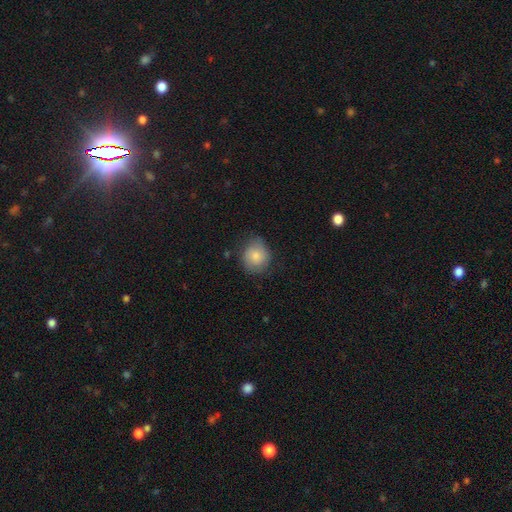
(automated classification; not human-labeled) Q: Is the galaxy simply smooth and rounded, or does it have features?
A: smooth — 78%.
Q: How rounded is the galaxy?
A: round — 76%.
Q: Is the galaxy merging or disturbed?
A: none — 69%.